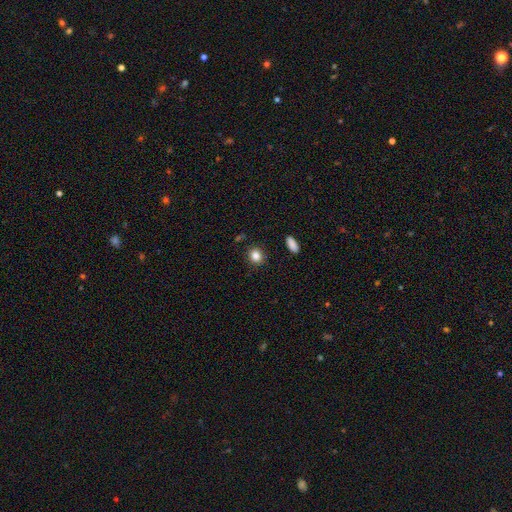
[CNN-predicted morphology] smooth 84%, star or artifact 10%, featured or disk 6%. Down the decision tree: how rounded — round (69%); merging — none (88%).